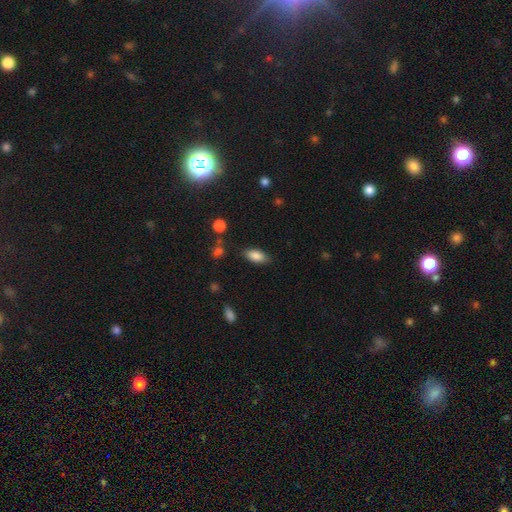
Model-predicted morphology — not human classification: type=smooth (84%); roundness=in between (87%); merging=none (82%).